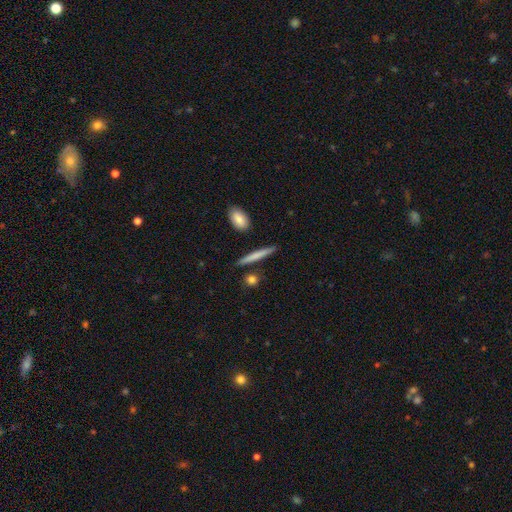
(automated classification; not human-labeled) A smooth galaxy with no disk features (67%) that is cigar-shaped (93%). Merging: none (87%).